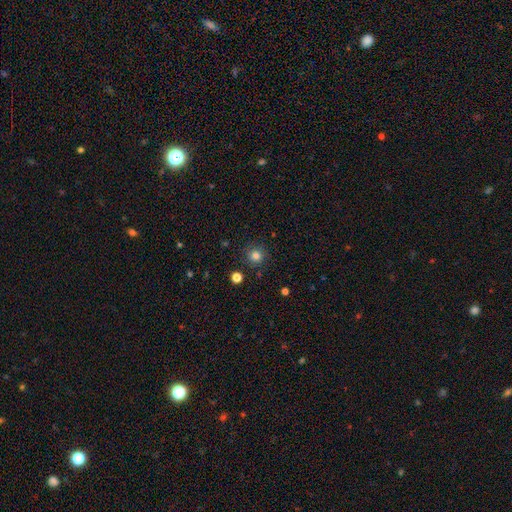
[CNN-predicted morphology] Smooth or featured?
  - smooth: 82% *
  - star or artifact: 13%
  - featured or disk: 5%
How rounded?
  - round: 93% *
  - in between: 6%
  - cigar-shaped: 1%
Merging?
  - none: 86% *
  - minor disturbance: 9%
  - major disturbance: 3%
  - merger: 2%